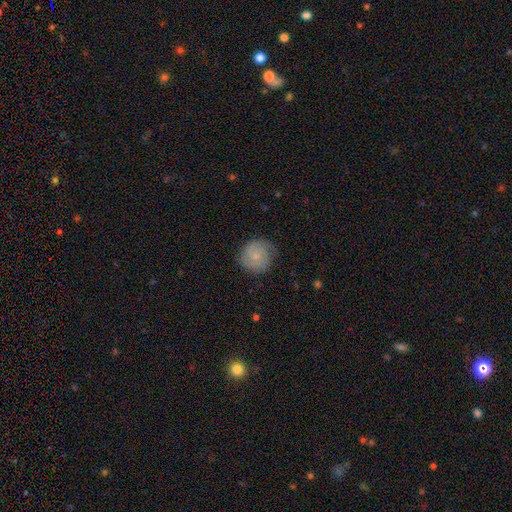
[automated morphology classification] Smooth or featured? Predicted: smooth (p=0.66). How rounded? Predicted: round (p=0.91). Merging? Predicted: none (p=0.74).